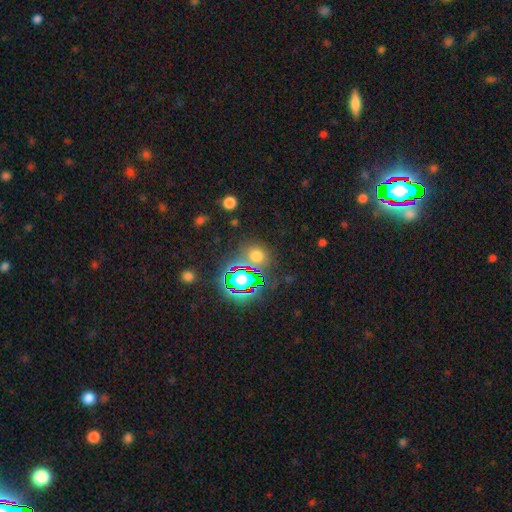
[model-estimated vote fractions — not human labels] Morphology: type=smooth (55%); roundness=round (79%); merging=none (75%).